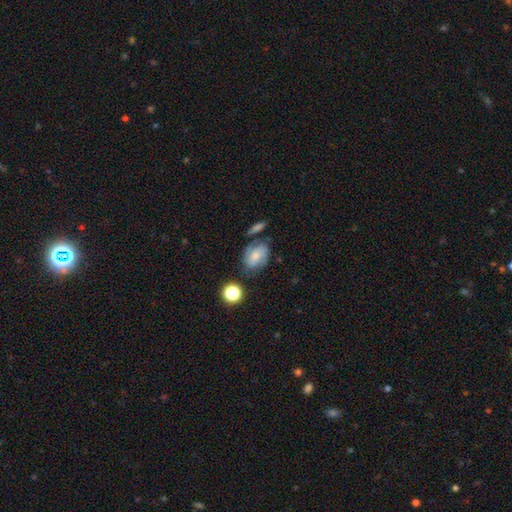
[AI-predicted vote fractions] Smooth or featured? smooth (55%)
How rounded? in between (70%)
Merging? none (55%)